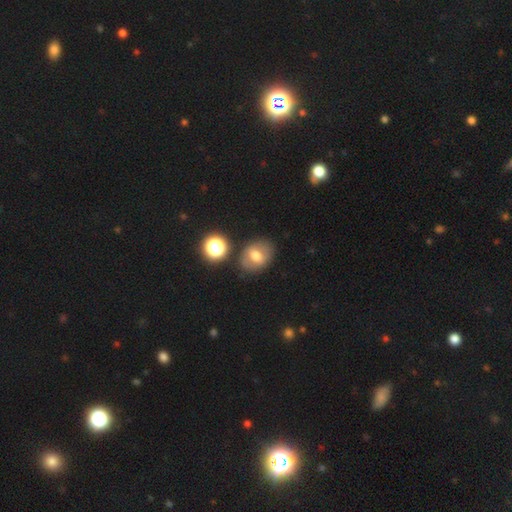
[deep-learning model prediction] A smooth galaxy with no disk features (62%) that is in between round and cigar-shaped (56%).

Vote fractions:
- Smooth or featured? smooth: 62% / featured or disk: 26% / star or artifact: 12%
- How rounded? in between: 56% / round: 42% / cigar-shaped: 1%
- Merging? none: 77% / minor disturbance: 13% / merger: 6% / major disturbance: 4%